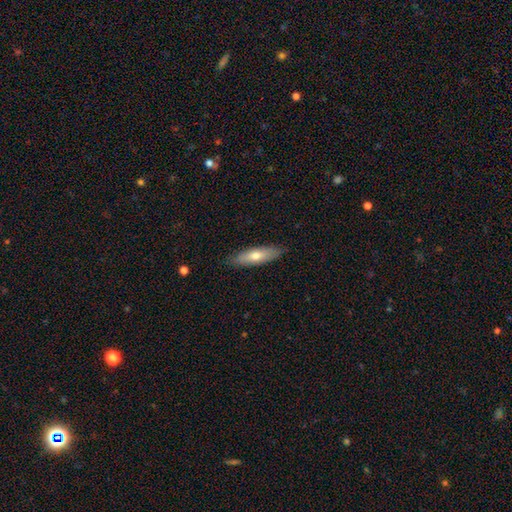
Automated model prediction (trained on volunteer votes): A smooth galaxy with no disk features (62%) that is cigar-shaped (58%).

Vote fractions:
- Smooth or featured? smooth: 62% / featured or disk: 32% / star or artifact: 6%
- How rounded? cigar-shaped: 58% / in between: 40% / round: 2%
- Merging? none: 86% / minor disturbance: 11% / major disturbance: 2% / merger: 1%